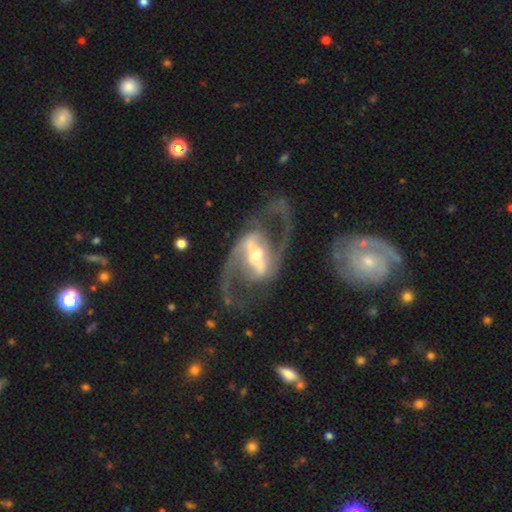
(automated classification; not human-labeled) This is clearly a featured or disk galaxy (91%). It is clearly not viewed edge-on (96%). Bar: likely strong (63%). Spiral arm pattern: clearly yes (94%). Spiral arm count: clearly 2 (93%). Spiral winding: possibly medium (53%). Central bulge: possibly moderate (56%). Merging: likely none (72%).